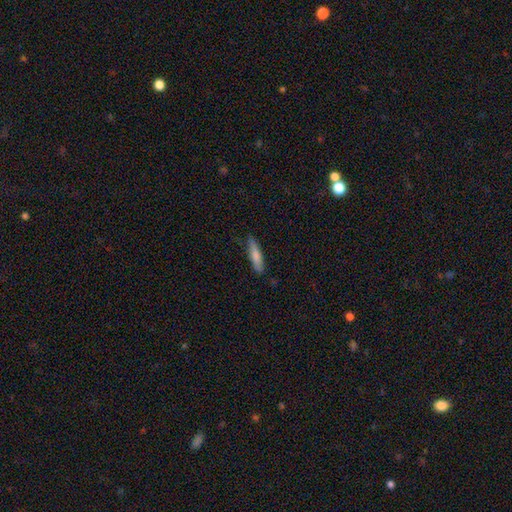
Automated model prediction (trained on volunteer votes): Smooth or featured? smooth (76%)
How rounded? cigar-shaped (82%)
Merging? none (81%)